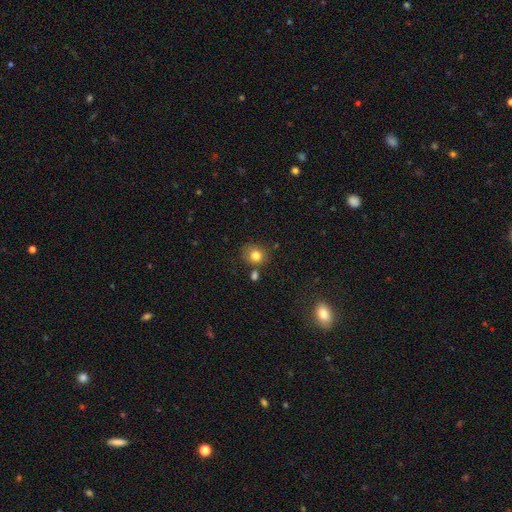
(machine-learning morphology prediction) Smooth or featured? smooth (80%)
How rounded? round (76%)
Merging? none (72%)